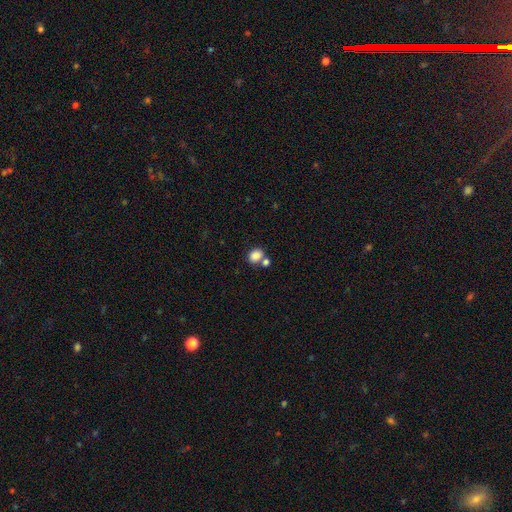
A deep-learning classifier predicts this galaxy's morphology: A smooth galaxy with no disk features (85%) that is in between round and cigar-shaped (56%).

Vote fractions:
- Smooth or featured? smooth: 85% / star or artifact: 10% / featured or disk: 6%
- How rounded? in between: 56% / round: 43% / cigar-shaped: 1%
- Merging? none: 54% / merger: 32% / minor disturbance: 11% / major disturbance: 4%